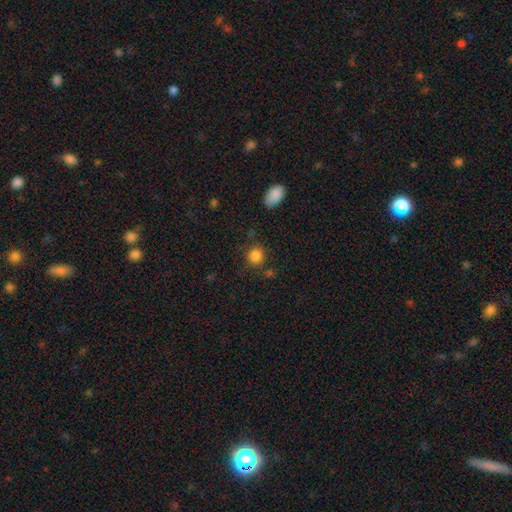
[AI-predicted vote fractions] smooth 84%, star or artifact 11%, featured or disk 4%. Down the decision tree: how rounded — round (84%); merging — none (80%).